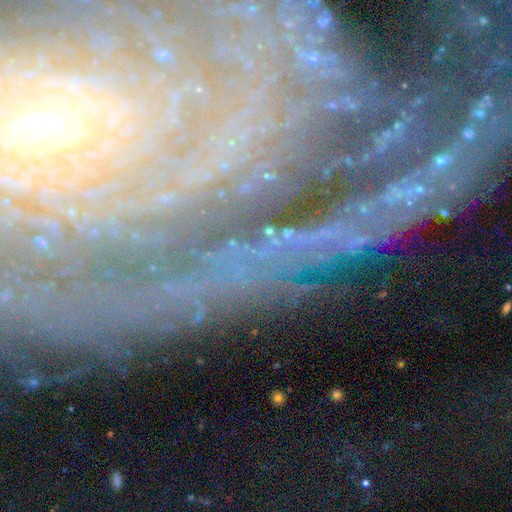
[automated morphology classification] type=featured or disk (54%); edge-on=no (80%); merging=none (73%).